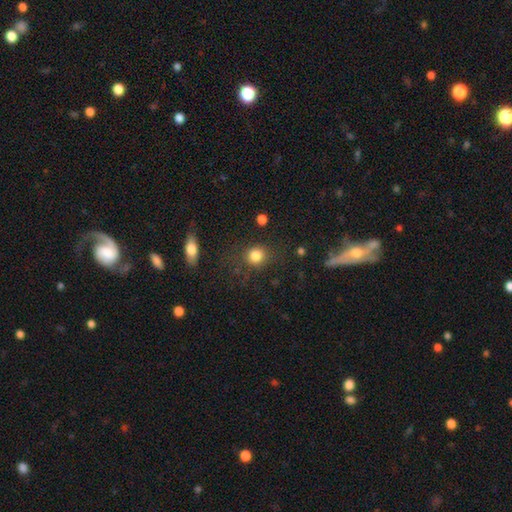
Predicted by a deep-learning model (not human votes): smooth-or-featured: smooth: 84% | star or artifact: 10% | featured or disk: 6%
  how-rounded: round: 80% | in between: 18% | cigar-shaped: 1%
  merging: none: 77% | minor disturbance: 13% | major disturbance: 6% | merger: 4%